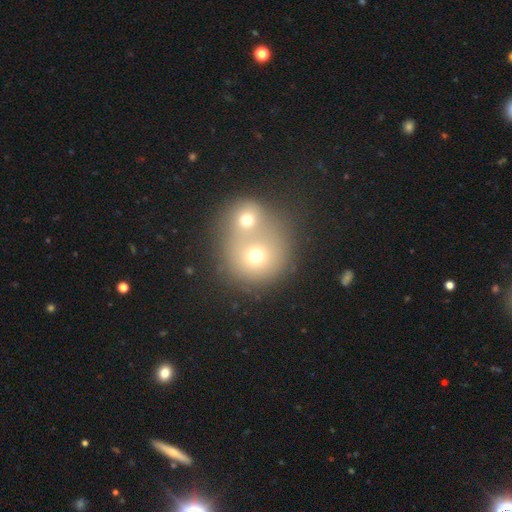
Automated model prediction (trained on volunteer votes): The model was most divided on "merging": merger: 67%, none: 25%, minor disturbance: 5%, major disturbance: 3%. More confident: how rounded — round (85%); smooth or featured — smooth (64%).